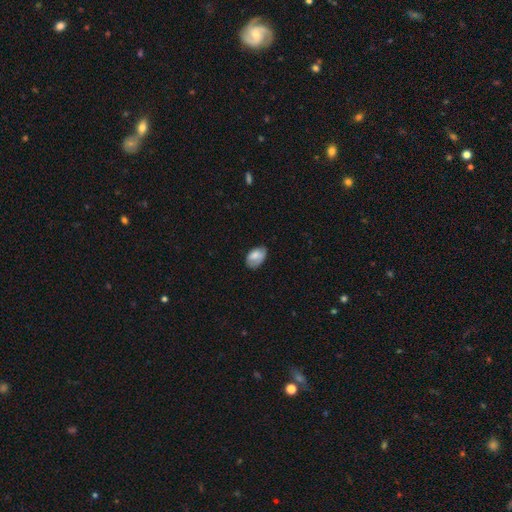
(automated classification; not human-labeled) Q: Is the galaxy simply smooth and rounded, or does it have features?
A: smooth — 76%.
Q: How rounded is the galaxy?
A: in between — 90%.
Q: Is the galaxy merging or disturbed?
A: none — 62%.